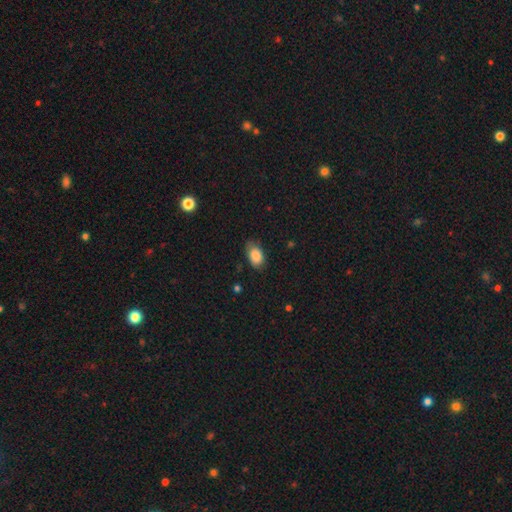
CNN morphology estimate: type=smooth (86%); roundness=in between (90%); merging=none (72%).